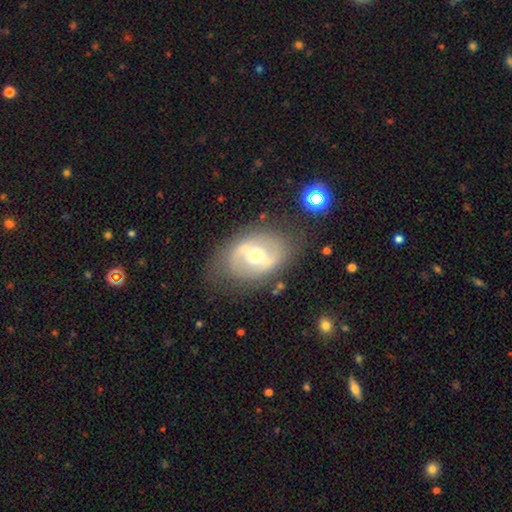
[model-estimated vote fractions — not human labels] Smooth or featured?
  - featured or disk: 67% *
  - smooth: 25%
  - star or artifact: 7%
Edge-on disk?
  - no: 94% *
  - yes: 6%
Bar?
  - weak: 41% *
  - strong: 36%
  - no: 23%
Spiral arms?
  - yes: 54% *
  - no: 46%
Bulge size?
  - moderate: 66% *
  - small: 26%
  - large: 6%
  - dominant: 1%
  - none: 1%
Merging?
  - none: 73% *
  - minor disturbance: 16%
  - major disturbance: 8%
  - merger: 2%